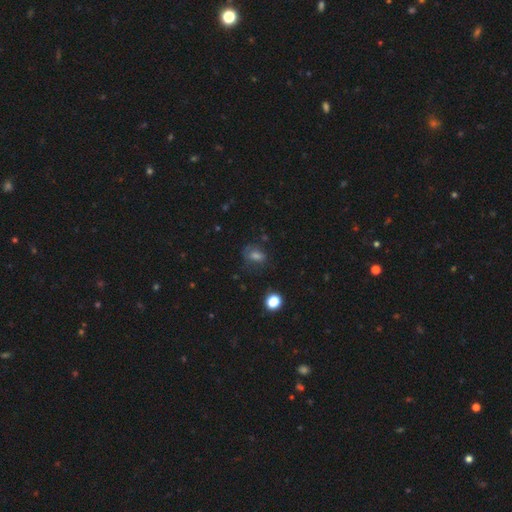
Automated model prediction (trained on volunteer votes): Q: Smooth or featured?
A: smooth (58%); runner-up: star or artifact (24%)
Q: How rounded?
A: in between (65%); runner-up: round (32%)
Q: Merging?
A: none (63%); runner-up: minor disturbance (22%)